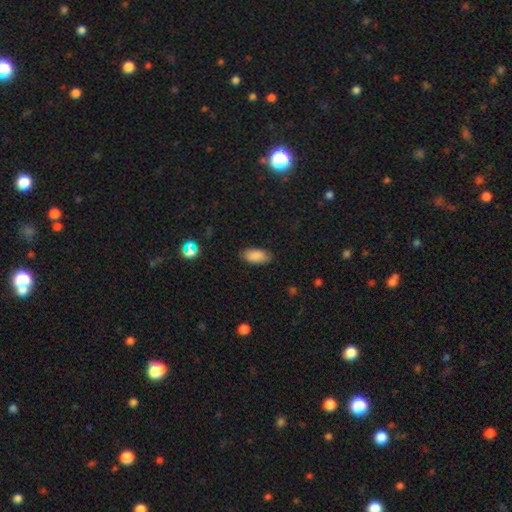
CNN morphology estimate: This appears to be a smooth galaxy with no disk features (87%) that is in between round and cigar-shaped (92%). Merging: none (84%).